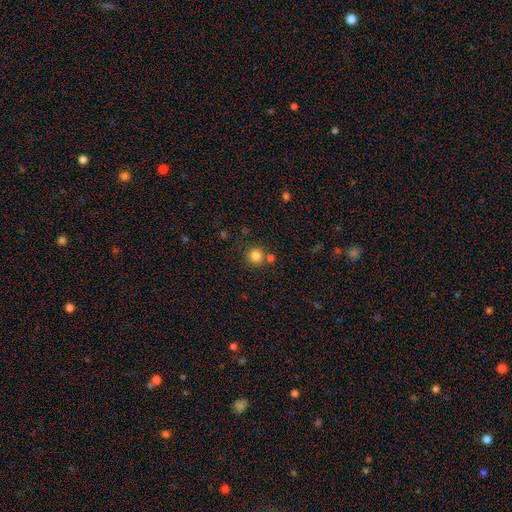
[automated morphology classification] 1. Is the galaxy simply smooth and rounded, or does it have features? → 83% smooth, 12% star or artifact, 5% featured or disk.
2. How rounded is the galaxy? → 93% round, 6% in between, 1% cigar-shaped.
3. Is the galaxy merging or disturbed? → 77% none, 13% merger, 8% minor disturbance, 3% major disturbance.